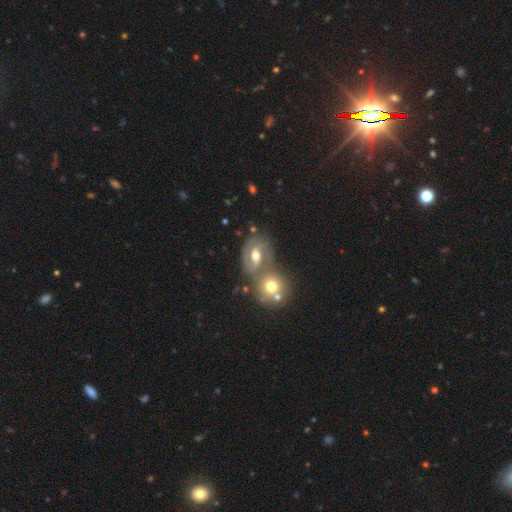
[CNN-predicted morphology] Smooth or featured?
  - featured or disk: 73% *
  - smooth: 19%
  - star or artifact: 8%
Edge-on disk?
  - no: 96% *
  - yes: 4%
Bar?
  - weak: 42% *
  - no: 36%
  - strong: 21%
Spiral arms?
  - yes: 83% *
  - no: 17%
Spiral winding?
  - tight: 46% *
  - medium: 43%
  - loose: 11%
Spiral arm count?
  - 2: 73% *
  - can't tell: 13%
  - 1: 6%
  - 3: 5%
  - 4: 2%
  - more than 4: 2%
Bulge size?
  - moderate: 74% *
  - small: 13%
  - large: 11%
  - none: 2%
  - dominant: 1%
Merging?
  - none: 40% * (tied)
  - merger: 40% * (tied)
  - minor disturbance: 13%
  - major disturbance: 7%